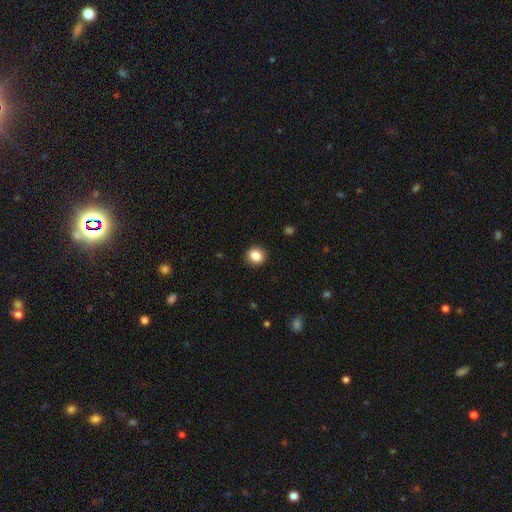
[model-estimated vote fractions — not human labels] A smooth galaxy with no disk features (85%) that is round (86%).

Vote fractions:
- Smooth or featured? smooth: 85% / star or artifact: 10% / featured or disk: 5%
- How rounded? round: 86% / in between: 13% / cigar-shaped: 1%
- Merging? none: 91% / minor disturbance: 6% / major disturbance: 2% / merger: 1%